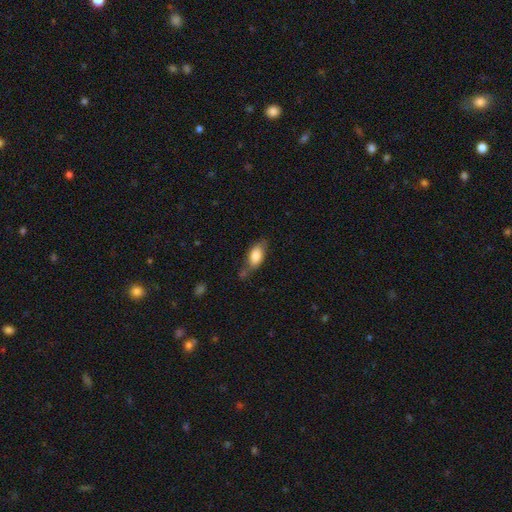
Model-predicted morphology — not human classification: This is likely a smooth galaxy (79%). How rounded: clearly in between (88%). Merging: possibly none (51%).